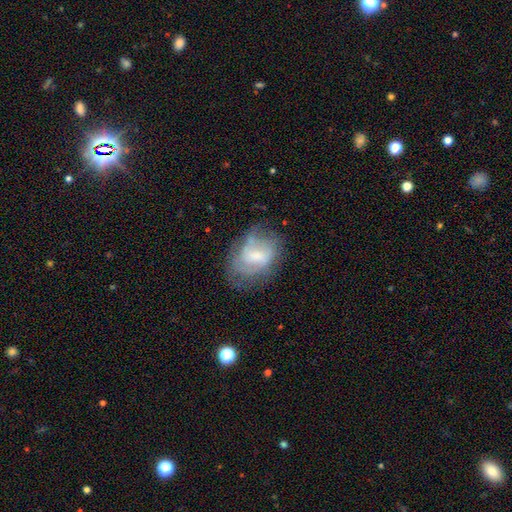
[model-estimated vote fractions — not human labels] featured or disk 53%, smooth 39%, star or artifact 9%. Down the decision tree: edge-on disk — no (96%); bar — weak (45%); spiral arms — yes (57%); bulge size — moderate (40%); merging — none (51%).